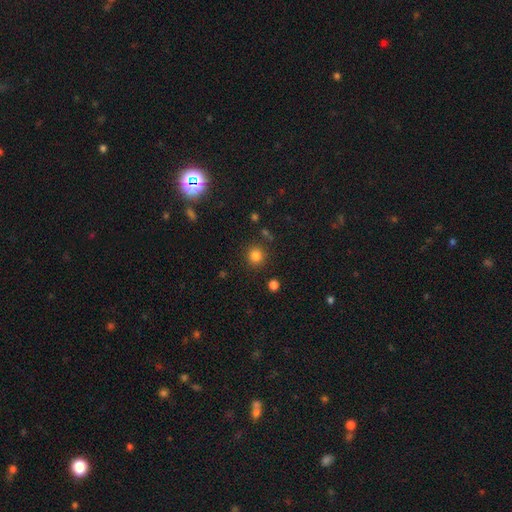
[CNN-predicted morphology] Smooth or featured: smooth — 82% (star or artifact — 13%)
How rounded: round — 93% (in between — 6%)
Merging: none — 87% (minor disturbance — 7%)